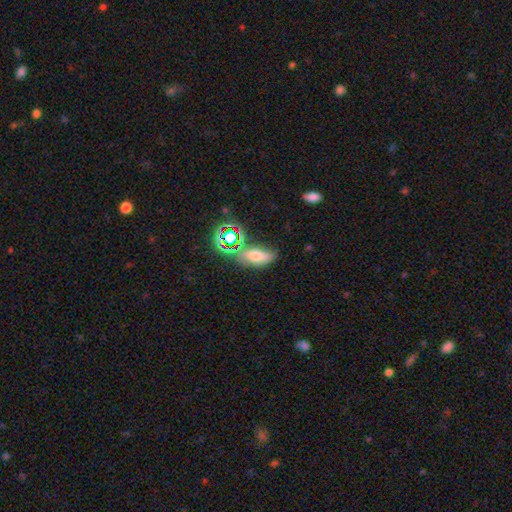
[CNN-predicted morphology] smooth-or-featured: smooth: 55% | star or artifact: 27% | featured or disk: 19%
  how-rounded: in between: 75% | cigar-shaped: 15% | round: 10%
  merging: none: 63% | minor disturbance: 18% | merger: 12% | major disturbance: 8%